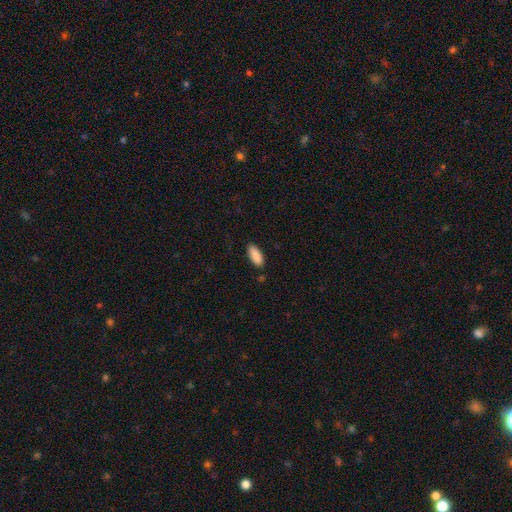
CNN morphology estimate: Smooth or featured? Predicted: smooth (p=0.90). How rounded? Predicted: in between (p=0.80). Merging? Predicted: none (p=0.86).